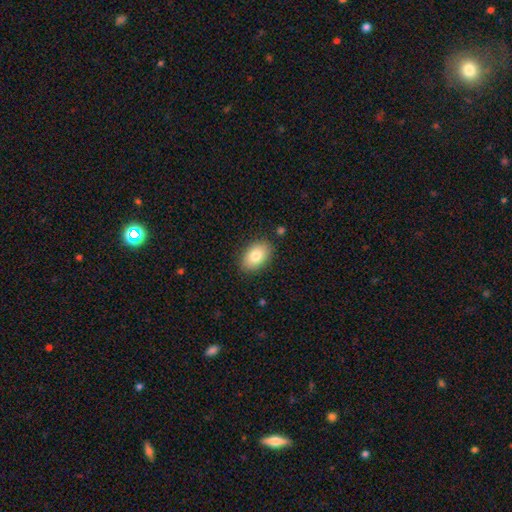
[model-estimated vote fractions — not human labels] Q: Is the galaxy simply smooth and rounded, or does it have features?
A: smooth — 81%.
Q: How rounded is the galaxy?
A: in between — 89%.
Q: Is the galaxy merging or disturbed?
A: none — 86%.